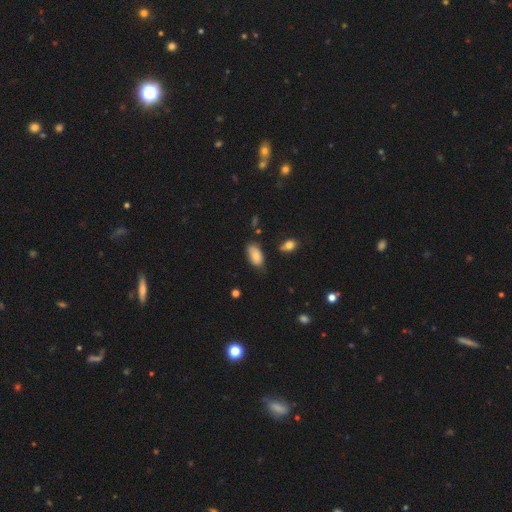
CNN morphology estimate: Overall: smooth (78%). How rounded: in between (93%). Merging: none (61%; minor disturbance 29%).